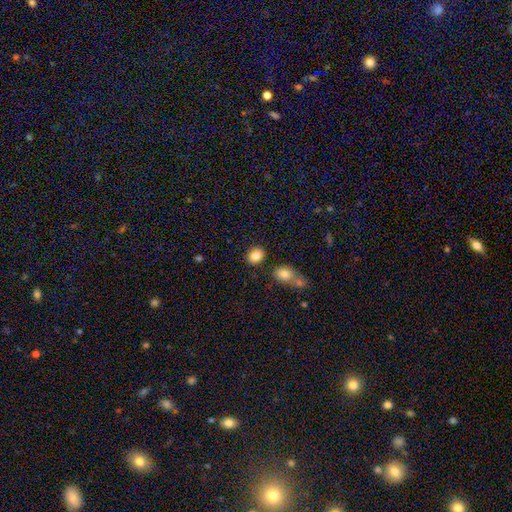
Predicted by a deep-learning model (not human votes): Smooth or featured? smooth (85%)
How rounded? round (55%)
Merging? none (82%)